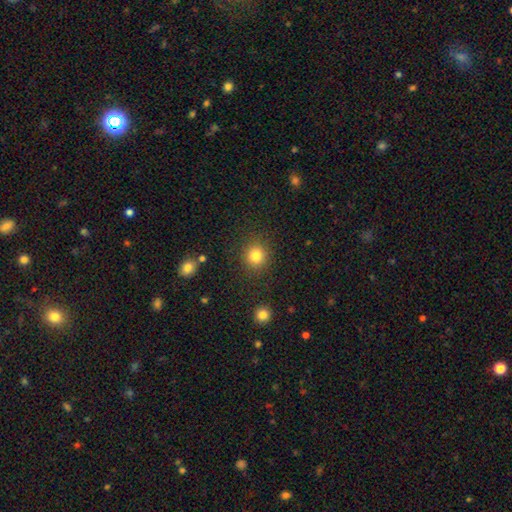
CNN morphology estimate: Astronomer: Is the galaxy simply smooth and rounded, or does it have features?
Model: smooth — 83%.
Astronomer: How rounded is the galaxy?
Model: round — 89%.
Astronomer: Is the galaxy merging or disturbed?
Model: none — 88%.